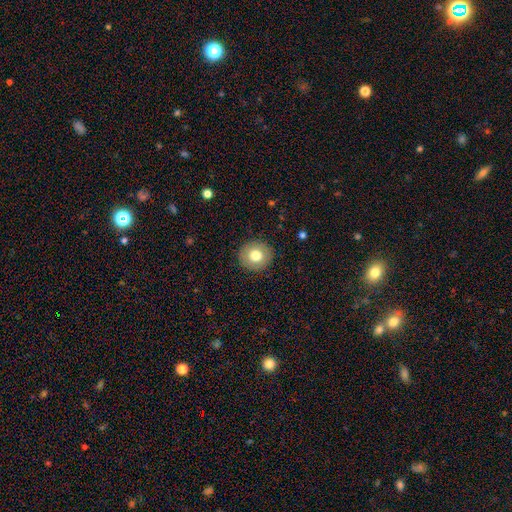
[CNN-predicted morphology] smooth_or_featured: smooth (p=0.74) [alt: featured or disk p=0.17]
how_rounded: round (p=0.90) [alt: in between p=0.09]
merging: none (p=0.90) [alt: minor disturbance p=0.06]